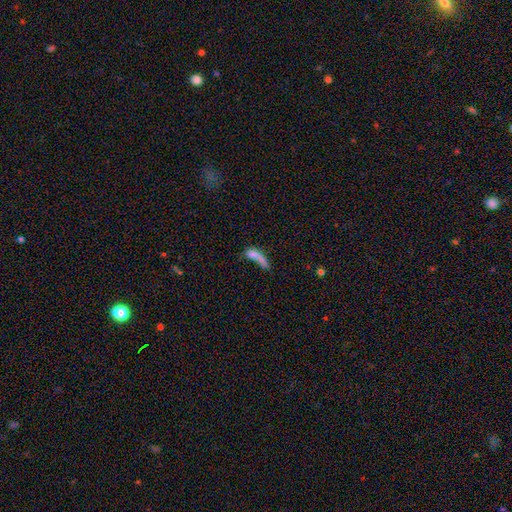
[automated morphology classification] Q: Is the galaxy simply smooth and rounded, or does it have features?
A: smooth — 62%.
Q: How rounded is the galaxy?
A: cigar-shaped — 51%.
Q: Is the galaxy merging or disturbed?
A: major disturbance — 35%.